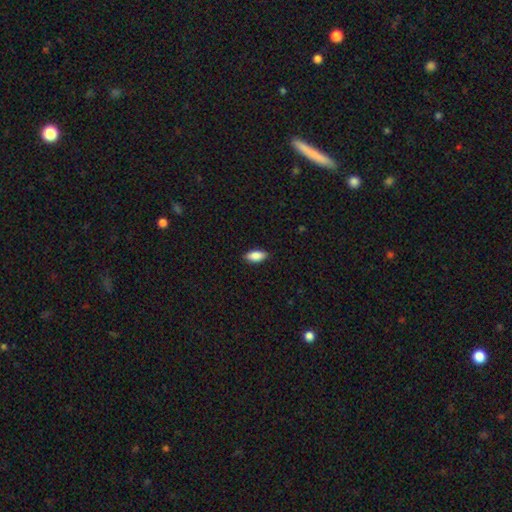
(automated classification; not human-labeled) smooth_or_featured: smooth (p=0.85) [alt: featured or disk p=0.08]
how_rounded: in between (p=0.88) [alt: cigar-shaped p=0.10]
merging: none (p=0.88) [alt: minor disturbance p=0.09]